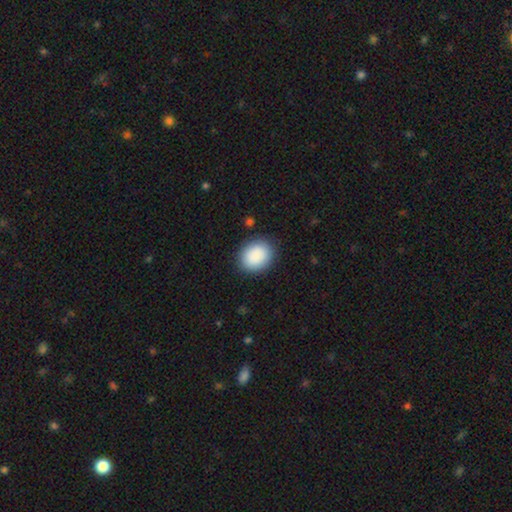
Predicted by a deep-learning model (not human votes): Smooth or featured? smooth (90%)
How rounded? round (52%)
Merging? none (88%)